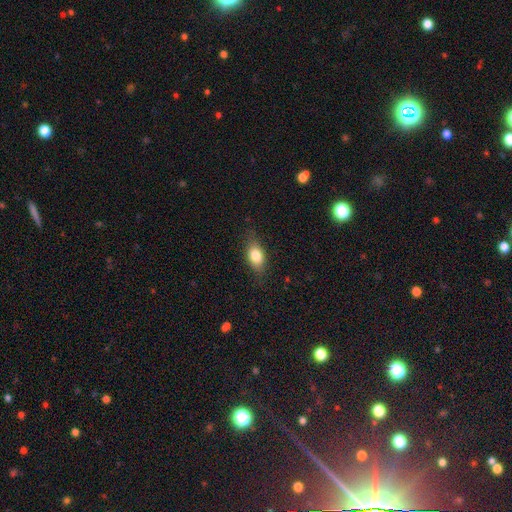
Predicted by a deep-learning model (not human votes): A smooth galaxy with no disk features (79%) that is in between round and cigar-shaped (80%). Merging: none (79%).